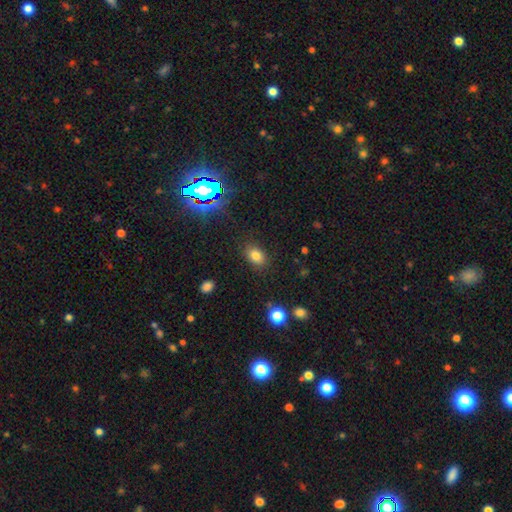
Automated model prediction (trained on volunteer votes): Smooth or featured? smooth (78%)
How rounded? in between (72%)
Merging? none (85%)